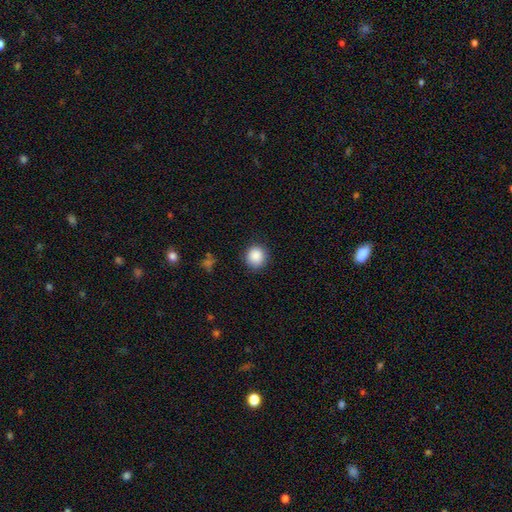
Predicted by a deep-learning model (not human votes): This is clearly a smooth galaxy (88%). How rounded: clearly round (86%). Merging: clearly none (87%).